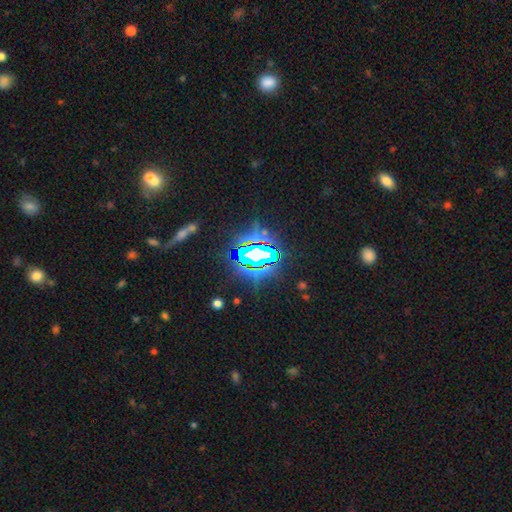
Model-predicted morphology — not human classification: star or artifact 74%, smooth 13%, featured or disk 13%.